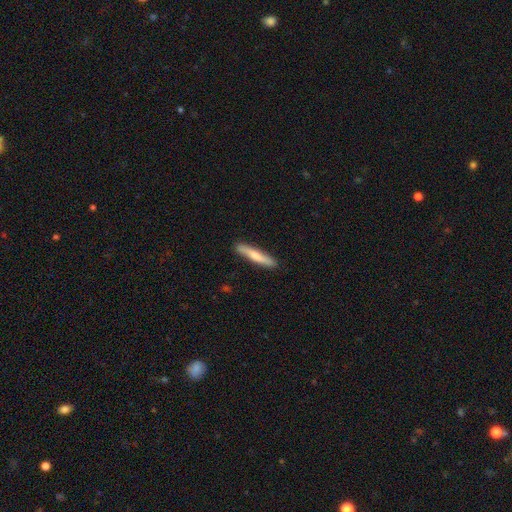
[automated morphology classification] This is likely a smooth galaxy (65%). How rounded: clearly cigar-shaped (92%). Merging: clearly none (89%).